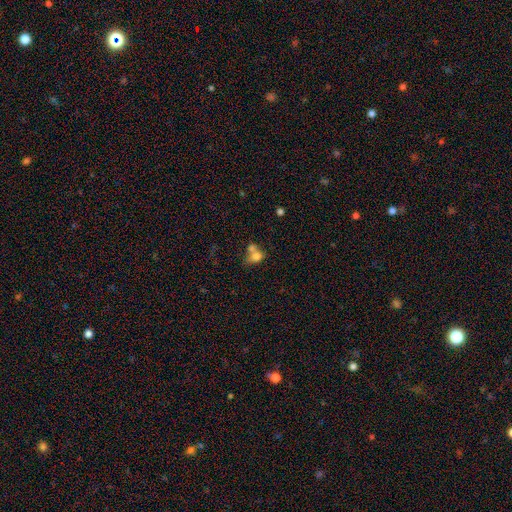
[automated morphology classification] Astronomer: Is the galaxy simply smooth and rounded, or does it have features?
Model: smooth — 73%.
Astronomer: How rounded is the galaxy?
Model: in between — 54% (runner-up: round, 44%).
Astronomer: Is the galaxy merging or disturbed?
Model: merger — 59%.